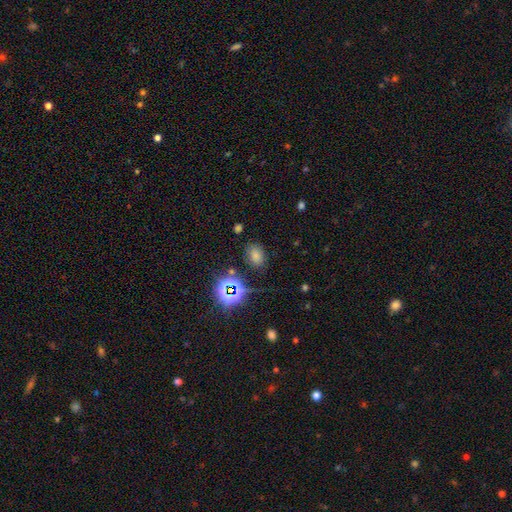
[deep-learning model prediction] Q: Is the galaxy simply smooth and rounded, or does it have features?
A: smooth — 66%.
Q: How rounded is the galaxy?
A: in between — 80%.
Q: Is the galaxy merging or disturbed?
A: none — 76%.